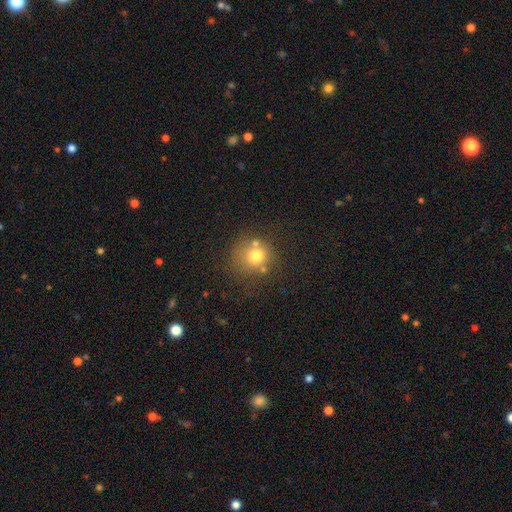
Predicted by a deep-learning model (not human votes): This appears to be a smooth galaxy with no disk features (72%) that is round (86%). Merging: none (64%).